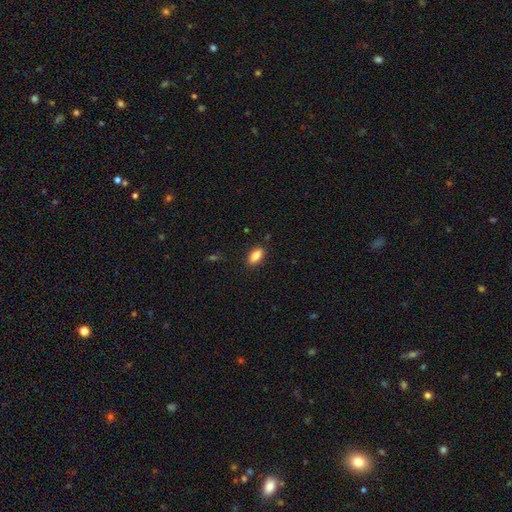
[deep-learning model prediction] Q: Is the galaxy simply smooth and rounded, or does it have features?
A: smooth — 85%.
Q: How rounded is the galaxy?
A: in between — 86%.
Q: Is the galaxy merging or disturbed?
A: none — 88%.